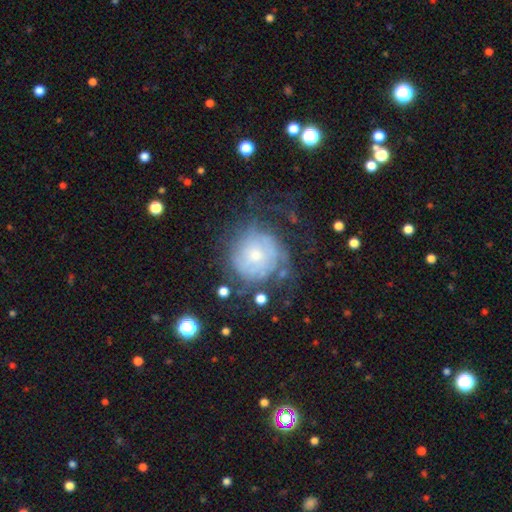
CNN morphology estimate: This is likely a featured or disk galaxy (61%). It is clearly not viewed edge-on (97%). Bar: clearly no (81%). Spiral arm pattern: likely yes (66%). Central bulge: possibly small (50%). Merging: possibly none (53%).